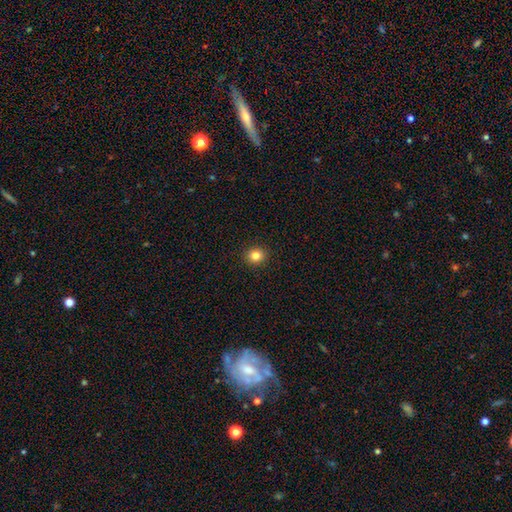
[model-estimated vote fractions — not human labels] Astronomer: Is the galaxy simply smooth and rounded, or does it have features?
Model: smooth — 83%.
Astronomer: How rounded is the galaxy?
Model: round — 85%.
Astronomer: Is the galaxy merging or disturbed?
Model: none — 93%.